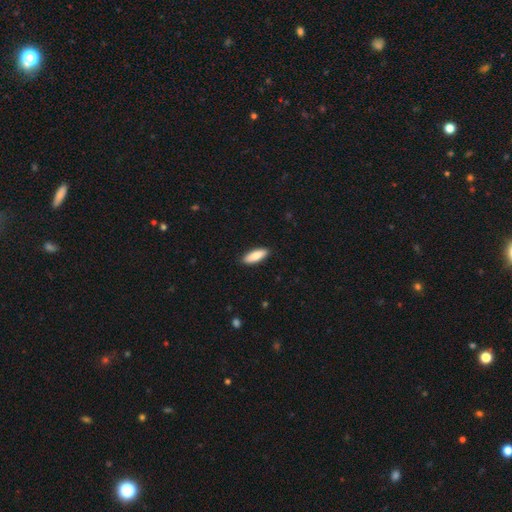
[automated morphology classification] This appears to be a smooth galaxy with no disk features (85%) that is in between round and cigar-shaped (61%). Merging: none (89%).